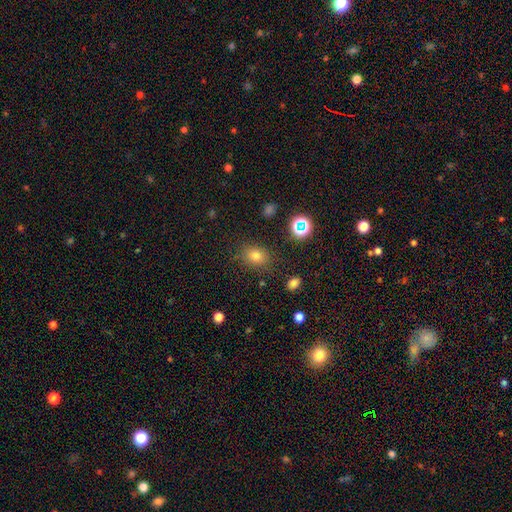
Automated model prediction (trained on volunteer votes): smooth-or-featured: smooth: 73% | star or artifact: 19% | featured or disk: 8%
  how-rounded: in between: 58% | round: 41% | cigar-shaped: 1%
  merging: none: 81% | minor disturbance: 12% | major disturbance: 4% | merger: 3%